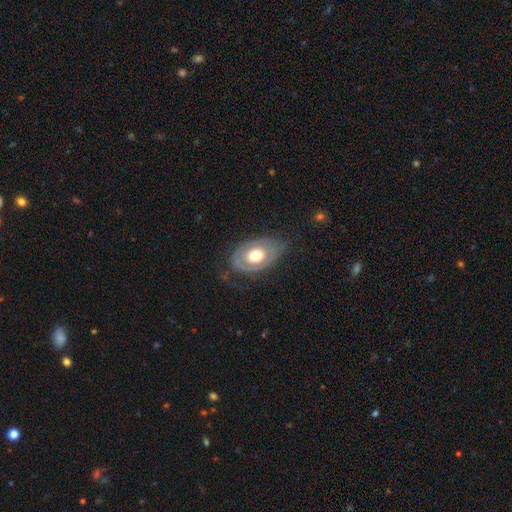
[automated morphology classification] A featured or disk galaxy (54%).

Vote fractions:
- Smooth or featured? featured or disk: 54% / smooth: 40% / star or artifact: 6%
- Edge-on disk? no: 91% / yes: 9%
- Merging? none: 66% / minor disturbance: 22% / major disturbance: 11% / merger: 1%